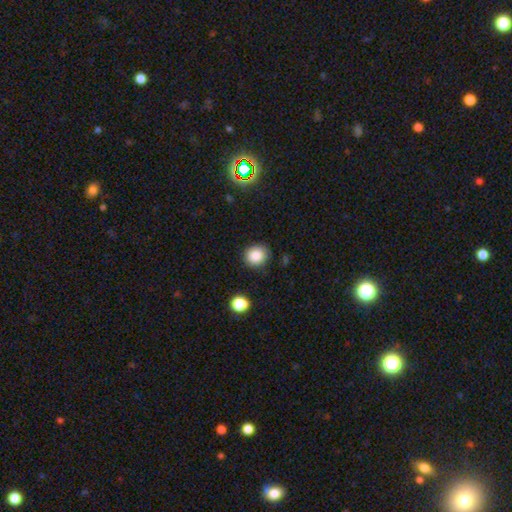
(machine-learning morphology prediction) smooth_or_featured: smooth (p=0.86) [alt: star or artifact p=0.10]
how_rounded: round (p=0.82) [alt: in between p=0.18]
merging: none (p=0.85) [alt: minor disturbance p=0.10]